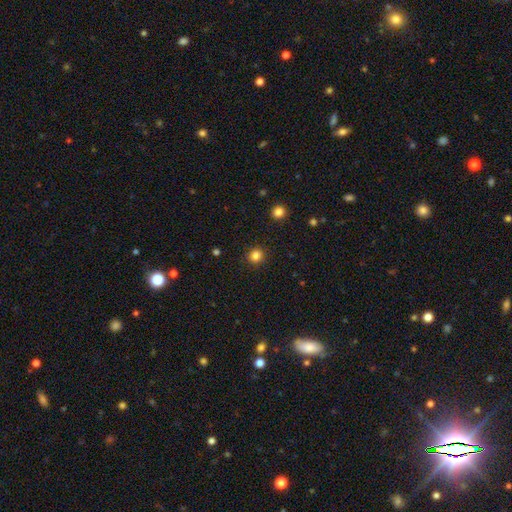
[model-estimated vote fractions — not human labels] This is clearly a smooth galaxy (83%). How rounded: clearly round (93%). Merging: clearly none (91%).